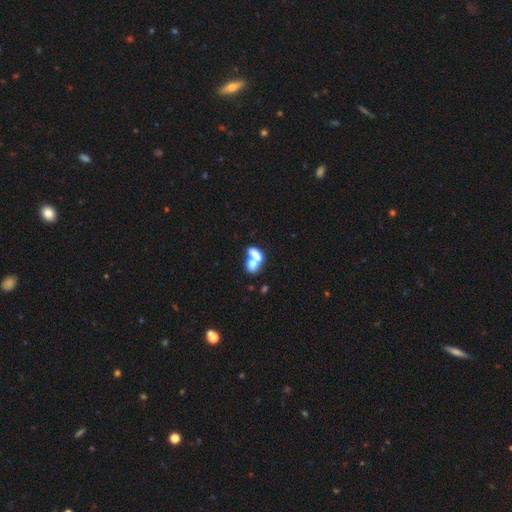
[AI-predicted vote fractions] smooth_or_featured: smooth (p=0.71) [alt: featured or disk p=0.18]
how_rounded: in between (p=0.71) [alt: round p=0.22]
merging: merger (p=0.62) [alt: none p=0.26]